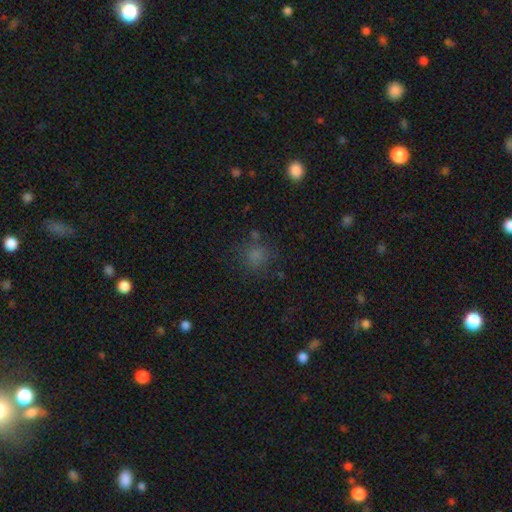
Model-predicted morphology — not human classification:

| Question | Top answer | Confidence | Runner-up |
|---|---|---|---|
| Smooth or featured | smooth | 73% | star or artifact (19%) |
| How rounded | round | 83% | in between (16%) |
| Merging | none | 73% | minor disturbance (15%) |